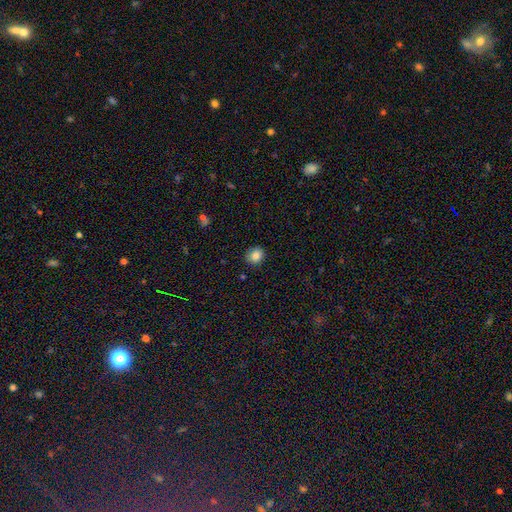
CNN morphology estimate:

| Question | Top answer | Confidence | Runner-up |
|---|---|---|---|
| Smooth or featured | smooth | 85% | star or artifact (10%) |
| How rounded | round | 72% | in between (27%) |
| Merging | none | 85% | minor disturbance (11%) |